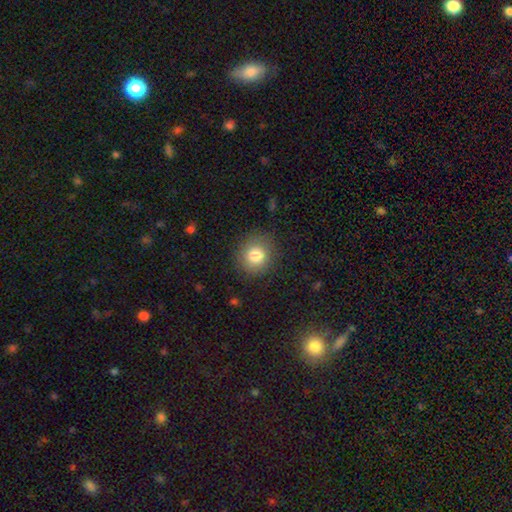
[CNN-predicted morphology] type=smooth (83%); roundness=round (83%); merging=none (84%).